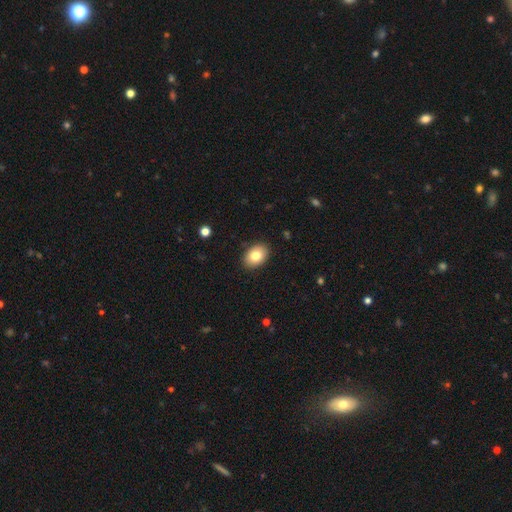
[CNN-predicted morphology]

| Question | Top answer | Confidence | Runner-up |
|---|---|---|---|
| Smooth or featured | smooth | 81% | featured or disk (11%) |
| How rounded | in between | 80% | round (19%) |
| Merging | none | 89% | minor disturbance (8%) |